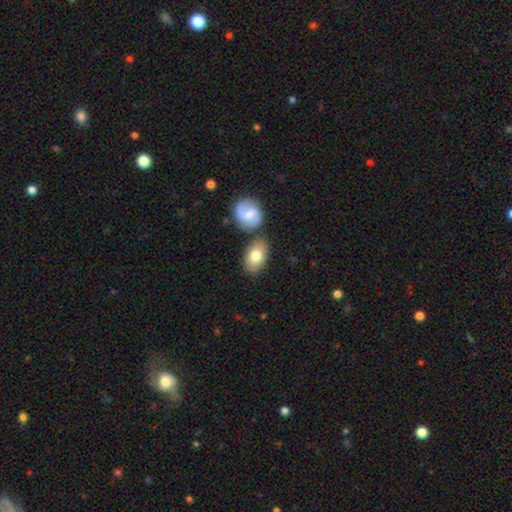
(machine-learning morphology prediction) smooth-or-featured: smooth: 74% | featured or disk: 20% | star or artifact: 6%
  how-rounded: in between: 87% | round: 11% | cigar-shaped: 2%
  merging: none: 73% | minor disturbance: 13% | merger: 12% | major disturbance: 3%